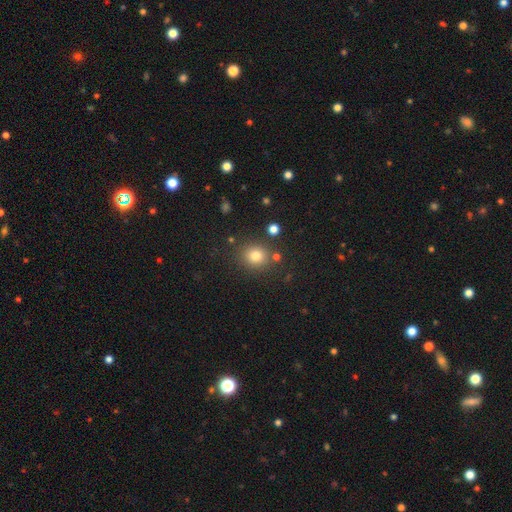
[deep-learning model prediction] Smooth or featured: smooth — 79% (star or artifact — 14%)
How rounded: round — 82% (in between — 17%)
Merging: none — 82% (minor disturbance — 9%)